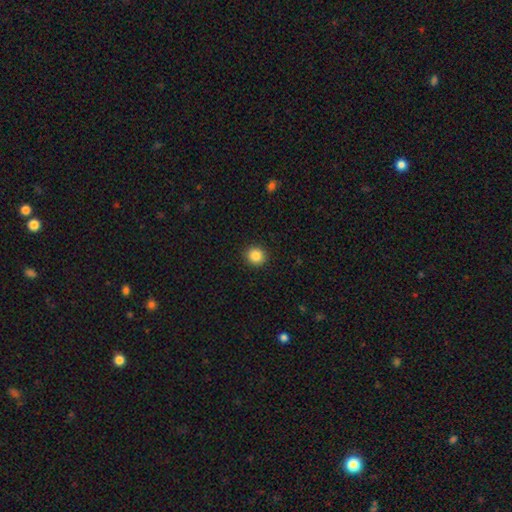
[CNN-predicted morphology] This appears to be a smooth galaxy with no disk features (86%) that is round (91%). Merging: none (92%).